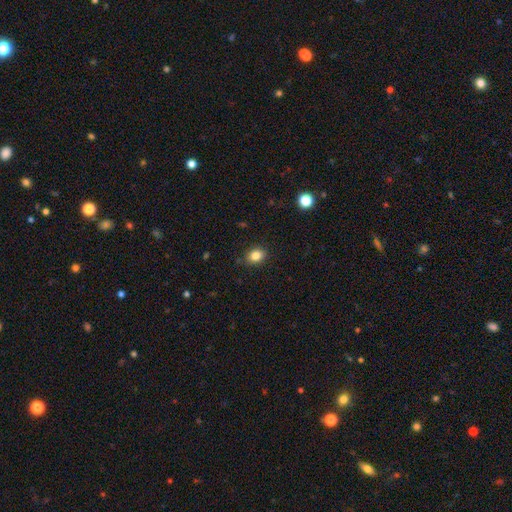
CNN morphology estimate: A smooth galaxy with no disk features (84%) that is in between round and cigar-shaped (61%). Merging: none (85%).